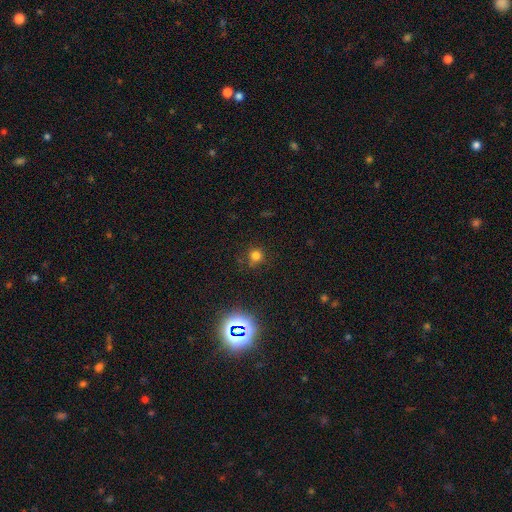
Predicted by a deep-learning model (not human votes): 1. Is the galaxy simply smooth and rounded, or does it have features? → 72% smooth, 22% star or artifact, 6% featured or disk.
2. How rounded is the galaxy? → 91% round, 8% in between, 1% cigar-shaped.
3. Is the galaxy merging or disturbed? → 77% none, 15% minor disturbance, 6% major disturbance, 3% merger.